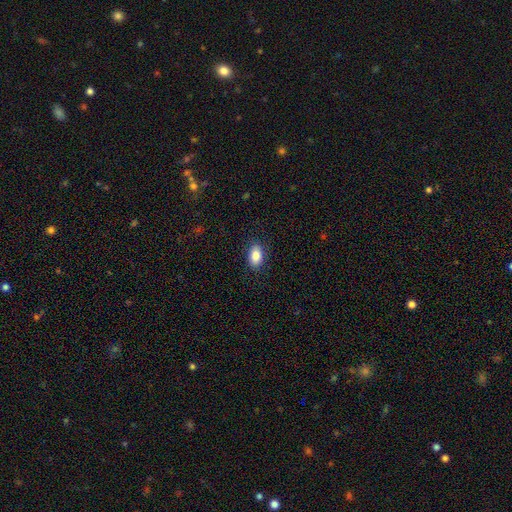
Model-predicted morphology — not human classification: Q: Smooth or featured?
A: smooth (87%); runner-up: star or artifact (7%)
Q: How rounded?
A: in between (90%); runner-up: round (8%)
Q: Merging?
A: none (87%); runner-up: minor disturbance (9%)